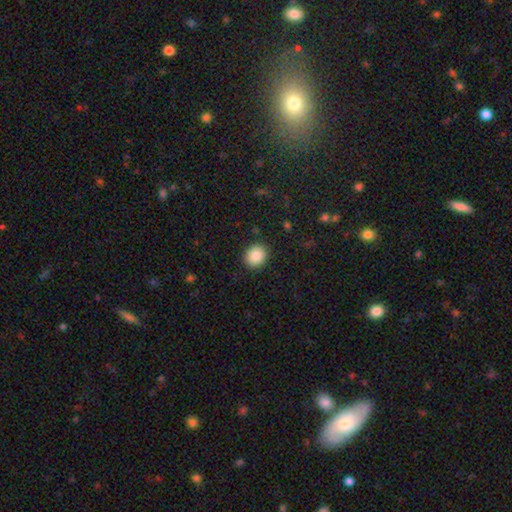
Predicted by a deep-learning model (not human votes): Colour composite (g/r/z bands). It shows a smooth galaxy with no disk features (87%) that is round (77%). Merging: none (90%).